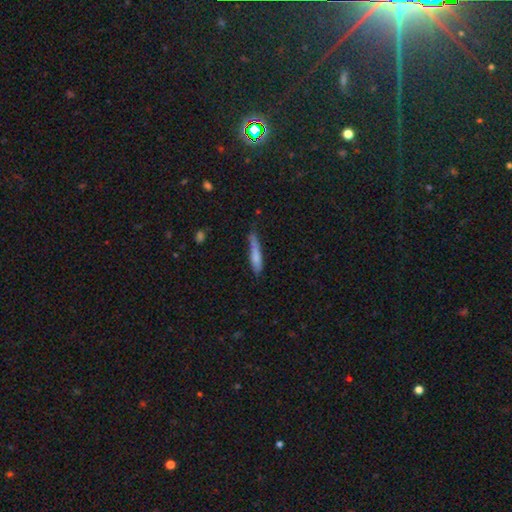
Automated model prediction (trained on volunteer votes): A smooth galaxy with no disk features (73%) that is cigar-shaped (88%). Merging: none (52%).